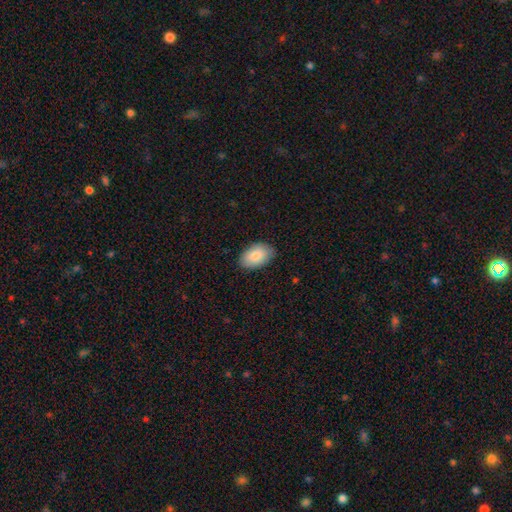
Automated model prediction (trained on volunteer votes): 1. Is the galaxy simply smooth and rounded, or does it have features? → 85% smooth, 9% featured or disk, 6% star or artifact.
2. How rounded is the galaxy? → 92% in between, 6% round, 1% cigar-shaped.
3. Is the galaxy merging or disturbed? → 85% none, 12% minor disturbance, 2% major disturbance, 1% merger.